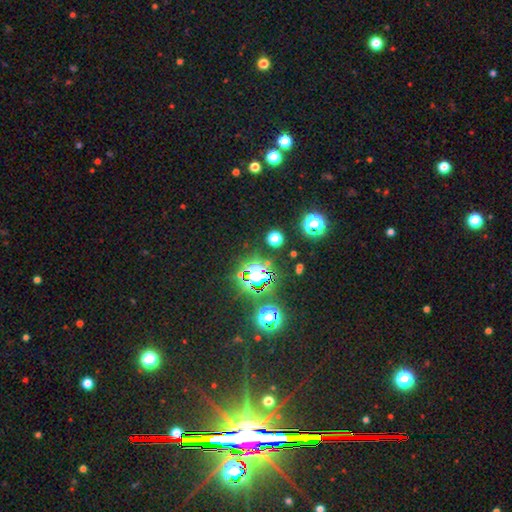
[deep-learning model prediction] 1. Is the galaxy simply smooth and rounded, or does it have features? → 77% star or artifact, 15% smooth, 8% featured or disk.